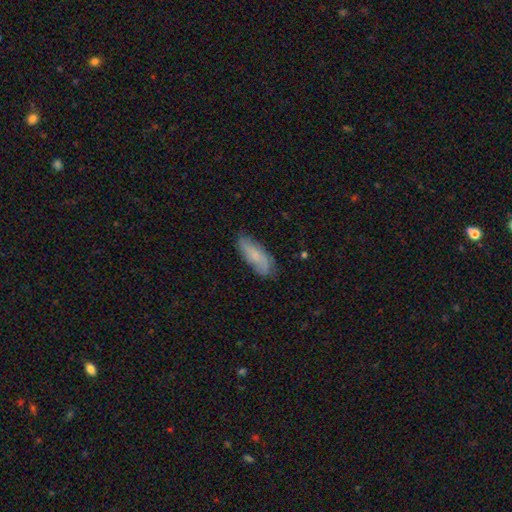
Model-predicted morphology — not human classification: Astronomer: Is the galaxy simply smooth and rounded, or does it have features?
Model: smooth — 69%.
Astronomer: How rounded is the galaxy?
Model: in between — 61% (runner-up: cigar-shaped, 37%).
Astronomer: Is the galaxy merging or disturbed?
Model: none — 76%.